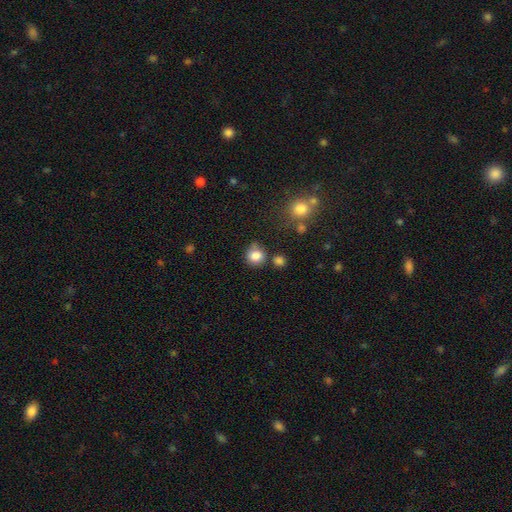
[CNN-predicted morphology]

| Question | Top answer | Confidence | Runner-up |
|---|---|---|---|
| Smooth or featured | smooth | 84% | star or artifact (10%) |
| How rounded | round | 86% | in between (13%) |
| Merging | none | 71% | minor disturbance (16%) |